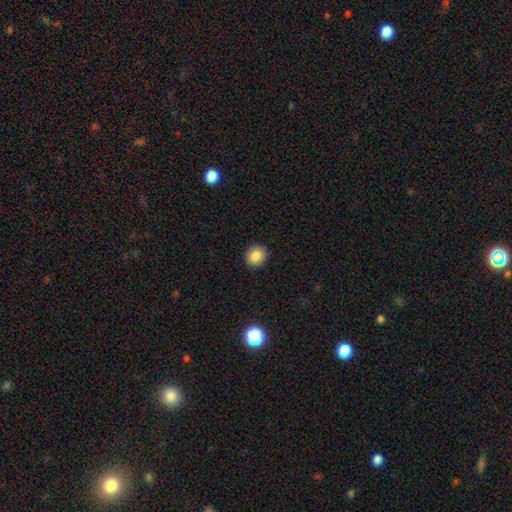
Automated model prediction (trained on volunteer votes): Smooth or featured? Predicted: smooth (p=0.85). How rounded? Predicted: round (p=0.79). Merging? Predicted: none (p=0.91).